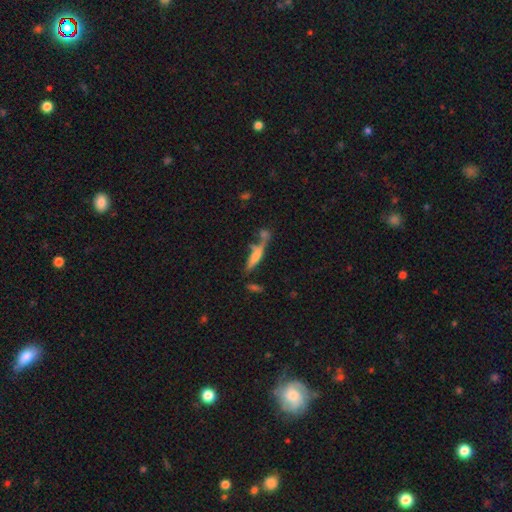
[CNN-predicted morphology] smooth 46%, featured or disk 44%, star or artifact 10%. Down the decision tree: merging — none (56%).